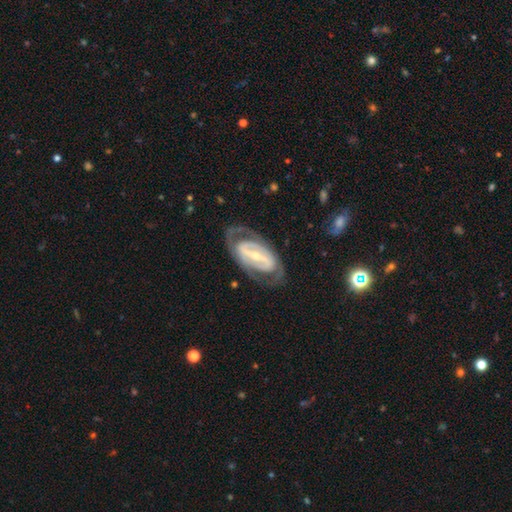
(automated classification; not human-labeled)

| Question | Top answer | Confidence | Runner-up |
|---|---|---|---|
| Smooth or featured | featured or disk | 86% | smooth (10%) |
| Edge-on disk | no | 93% | yes (7%) |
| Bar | strong | 68% | weak (23%) |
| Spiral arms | yes | 80% | no (20%) |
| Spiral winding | tight | 48% | medium (38%) |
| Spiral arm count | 2 | 77% | can't tell (15%) |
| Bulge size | small | 63% | moderate (33%) |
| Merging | none | 73% | minor disturbance (15%) |